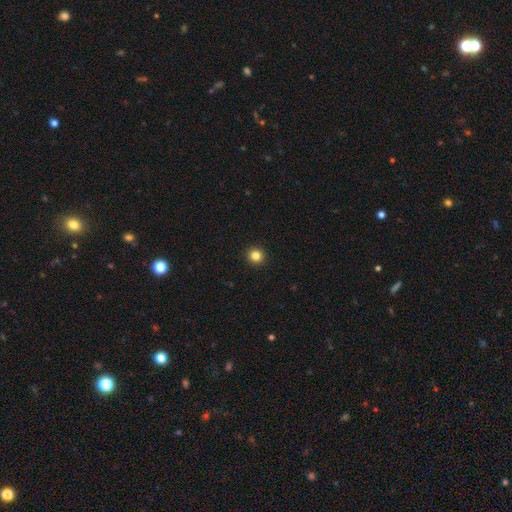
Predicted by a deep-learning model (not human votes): Smooth or featured: smooth — 84% (star or artifact — 12%)
How rounded: round — 93% (in between — 6%)
Merging: none — 94% (minor disturbance — 4%)